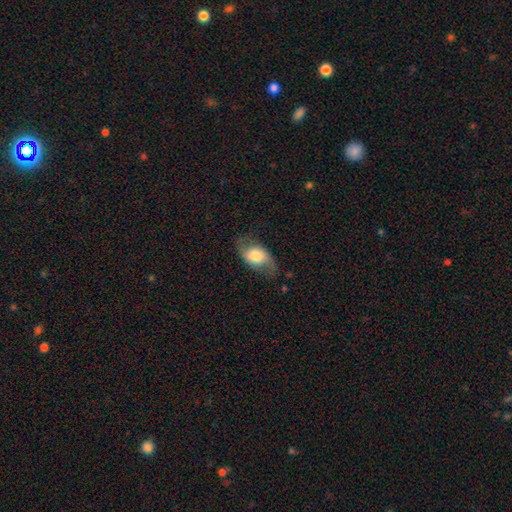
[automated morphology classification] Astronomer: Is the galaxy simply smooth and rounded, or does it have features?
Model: featured or disk — 50% (runner-up: smooth, 43%).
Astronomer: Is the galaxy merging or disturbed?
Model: none — 67%.